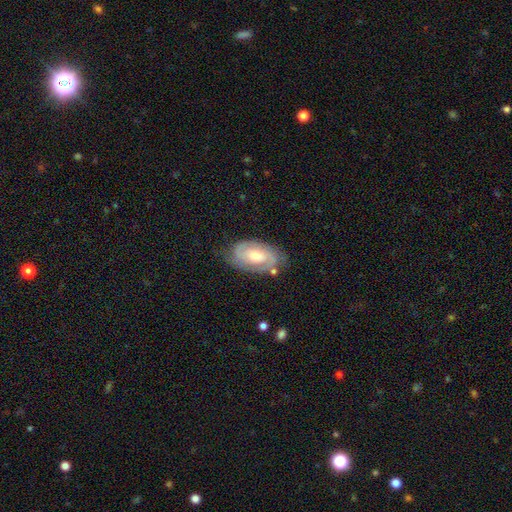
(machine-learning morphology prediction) Smooth or featured? Predicted: featured or disk (p=0.69). Edge-on disk? Predicted: no (p=0.94). Bar? Predicted: no (p=0.54). Spiral arms? Predicted: yes (p=0.87). Spiral winding? Predicted: tight (p=0.56). Spiral arm count? Predicted: 2 (p=0.62). Bulge size? Predicted: moderate (p=0.59). Merging? Predicted: none (p=0.71).